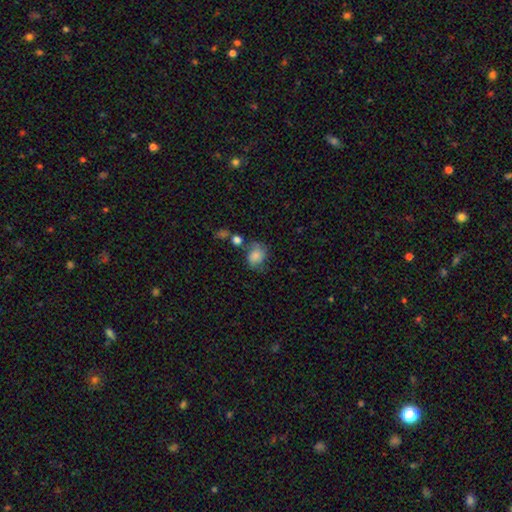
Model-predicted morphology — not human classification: Smooth or featured? Predicted: smooth (p=0.75). How rounded? Predicted: round (p=0.55). Merging? Predicted: none (p=0.50).